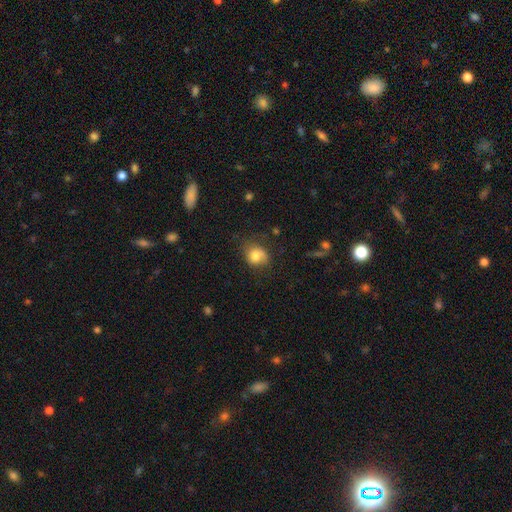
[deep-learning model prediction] Smooth or featured?
  - smooth: 74% *
  - featured or disk: 16%
  - star or artifact: 10%
How rounded?
  - round: 58% *
  - in between: 41%
  - cigar-shaped: 1%
Merging?
  - none: 58% *
  - minor disturbance: 28%
  - major disturbance: 12%
  - merger: 3%